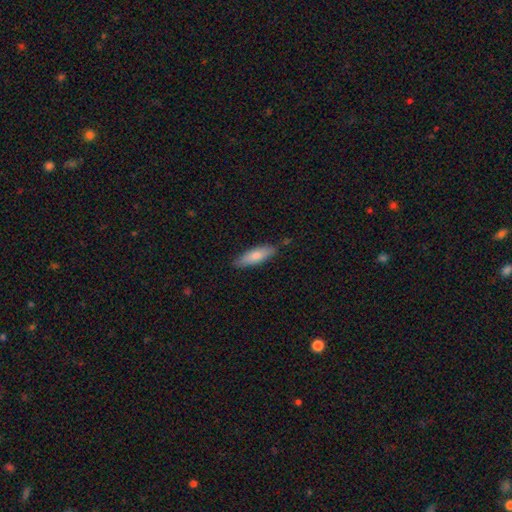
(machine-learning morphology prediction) smooth 78%, featured or disk 17%, star or artifact 5%. Down the decision tree: how rounded — cigar-shaped (50%); merging — none (81%).